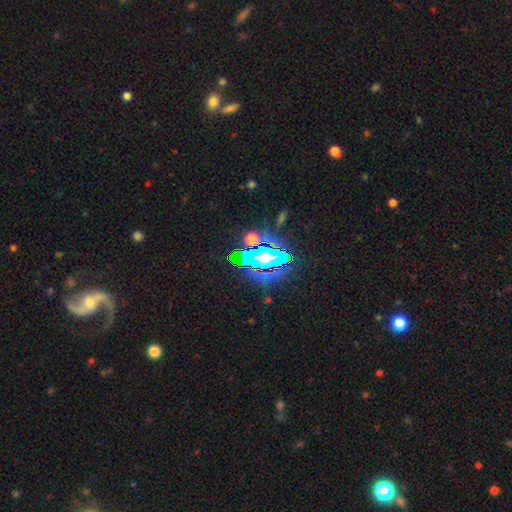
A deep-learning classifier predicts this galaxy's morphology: Smooth or featured: star or artifact — 55% (featured or disk — 22%)